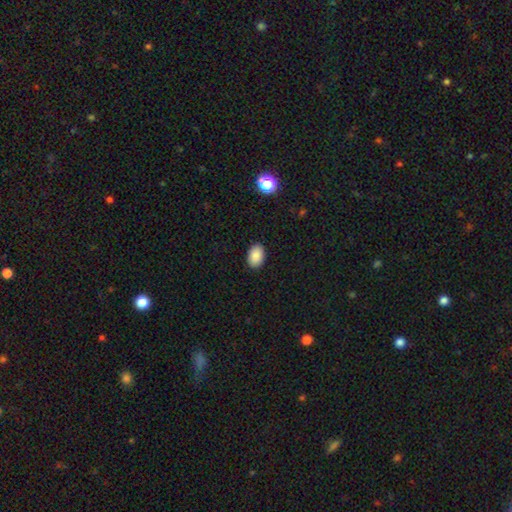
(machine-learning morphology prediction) smooth_or_featured: smooth (p=0.87) [alt: star or artifact p=0.08]
how_rounded: in between (p=0.88) [alt: round p=0.11]
merging: none (p=0.89) [alt: minor disturbance p=0.08]